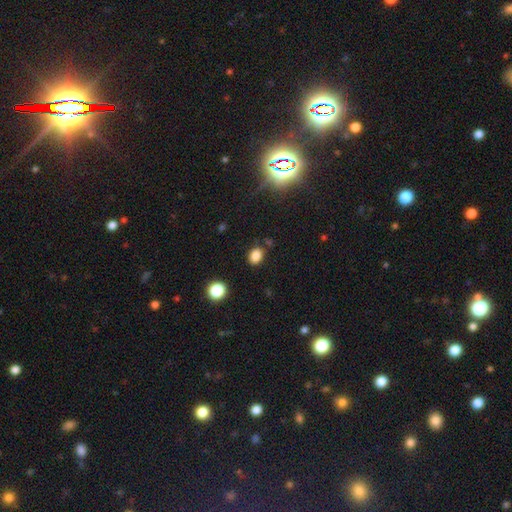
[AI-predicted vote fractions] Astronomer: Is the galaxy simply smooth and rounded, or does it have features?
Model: smooth — 83%.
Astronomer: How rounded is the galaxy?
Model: in between — 62% (runner-up: round, 37%).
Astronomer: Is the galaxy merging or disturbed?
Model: none — 80%.